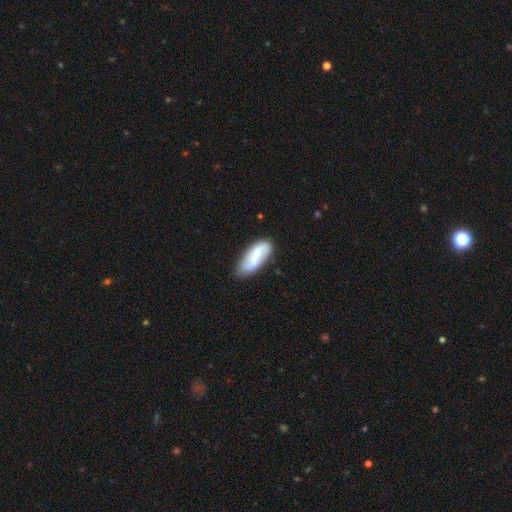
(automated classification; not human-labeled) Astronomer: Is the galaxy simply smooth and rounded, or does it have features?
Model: smooth — 55% (runner-up: featured or disk, 38%).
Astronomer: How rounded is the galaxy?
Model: in between — 78%.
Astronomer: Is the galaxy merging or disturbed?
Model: none — 66%.